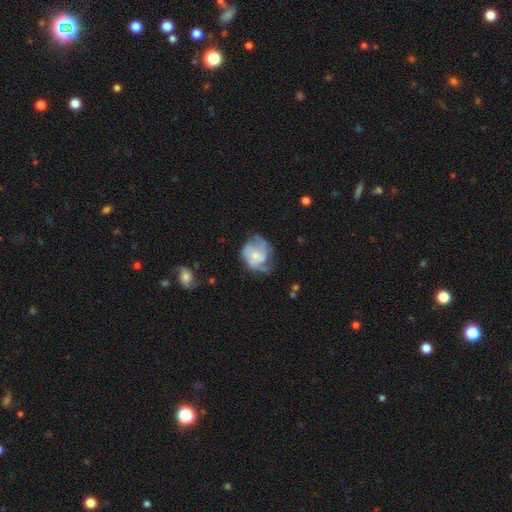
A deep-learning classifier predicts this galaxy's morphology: This appears to be a featured or disk galaxy (61%) with no bar (75%), spiral arms (74%) and a small central bulge (49%). Merging: none (46%).